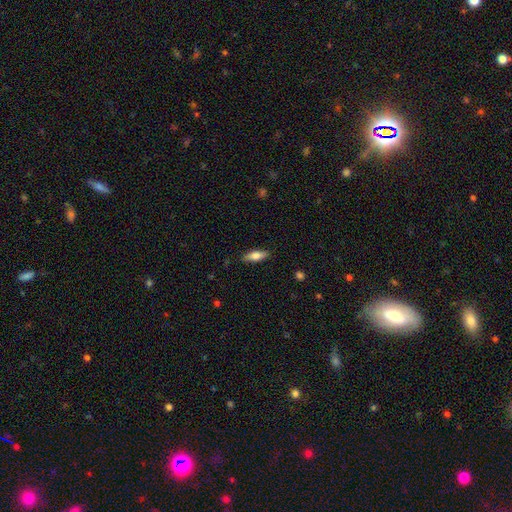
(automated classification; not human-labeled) Smooth or featured? Predicted: smooth (p=0.73). How rounded? Predicted: in between (p=0.61). Merging? Predicted: none (p=0.86).